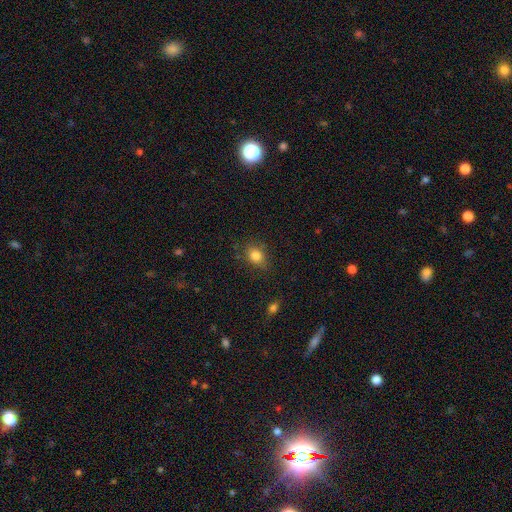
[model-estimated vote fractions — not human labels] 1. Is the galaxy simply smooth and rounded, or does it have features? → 82% smooth, 11% star or artifact, 6% featured or disk.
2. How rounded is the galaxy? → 52% round, 47% in between, 1% cigar-shaped.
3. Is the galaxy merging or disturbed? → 78% none, 16% minor disturbance, 4% major disturbance, 2% merger.